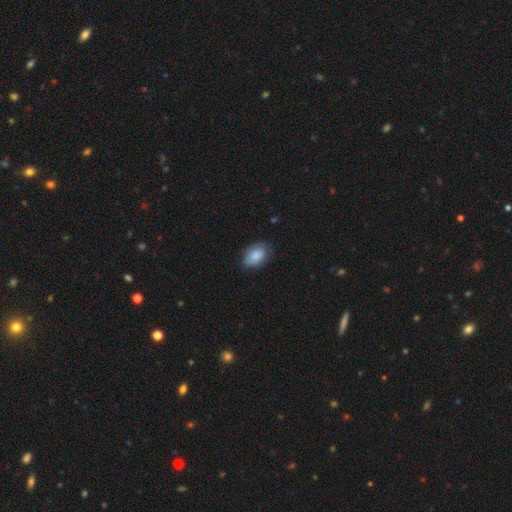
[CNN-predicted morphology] smooth 86%, featured or disk 8%, star or artifact 7%. Down the decision tree: how rounded — in between (86%); merging — none (77%).